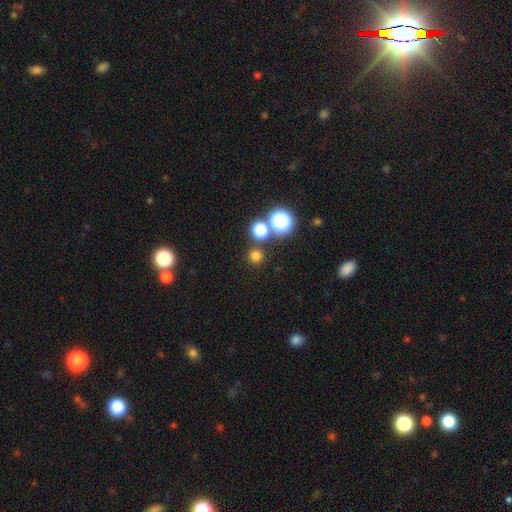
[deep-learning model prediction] The model was most divided on "smooth or featured": smooth: 73%, star or artifact: 22%, featured or disk: 5%. More confident: how rounded — round (94%); merging — none (81%).